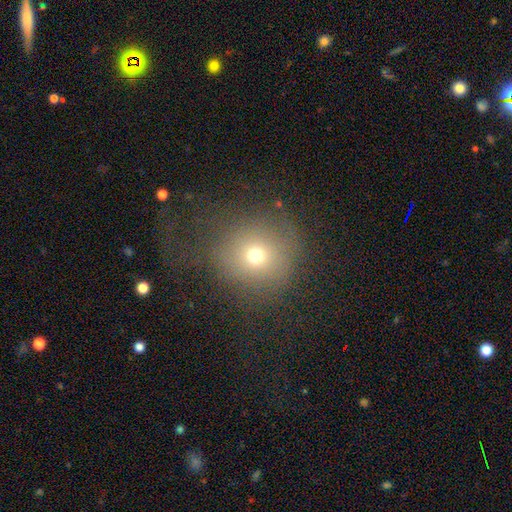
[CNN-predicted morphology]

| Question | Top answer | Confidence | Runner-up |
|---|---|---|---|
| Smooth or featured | smooth | 66% | star or artifact (20%) |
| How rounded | round | 90% | in between (9%) |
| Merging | none | 74% | minor disturbance (13%) |